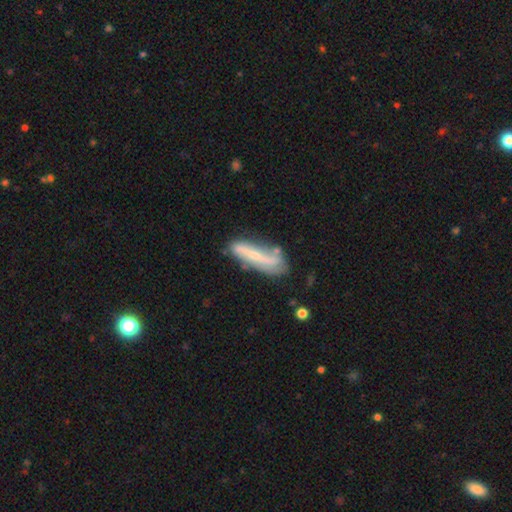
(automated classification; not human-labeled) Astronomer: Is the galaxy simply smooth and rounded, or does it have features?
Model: featured or disk — 60%.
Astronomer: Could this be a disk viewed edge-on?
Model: no — 62% (runner-up: yes, 38%).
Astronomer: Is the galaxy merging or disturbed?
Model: none — 55%.